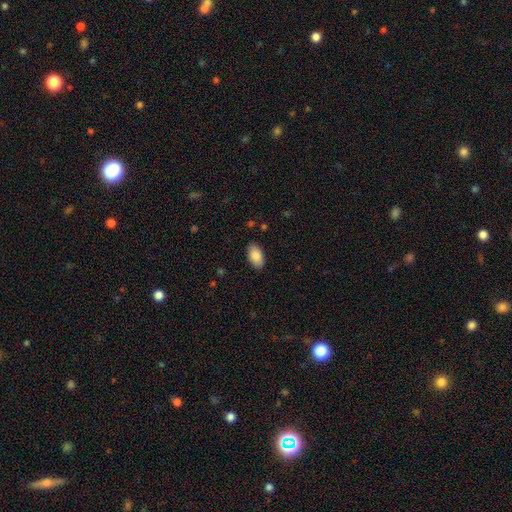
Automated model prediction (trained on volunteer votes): Morphology: type=smooth (85%); roundness=in between (95%); merging=none (88%).